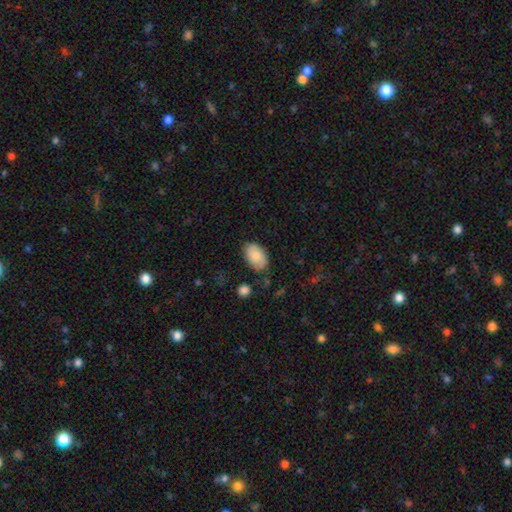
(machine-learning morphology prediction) smooth-or-featured: smooth: 82% | featured or disk: 12% | star or artifact: 6%
  how-rounded: in between: 92% | round: 7% | cigar-shaped: 1%
  merging: none: 77% | minor disturbance: 17% | major disturbance: 4% | merger: 3%